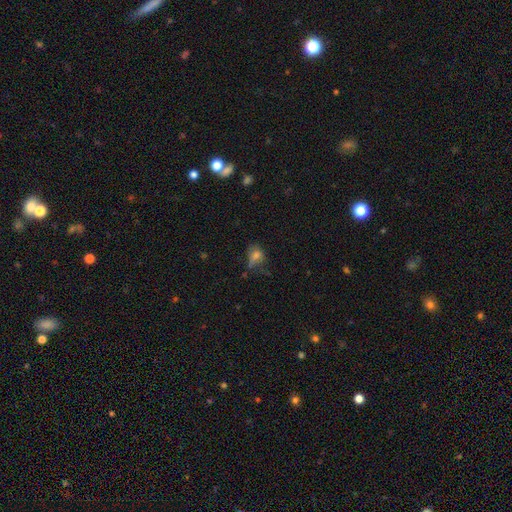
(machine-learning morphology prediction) A smooth galaxy with no disk features (64%) that is in between round and cigar-shaped (61%). Merging: none (40%).